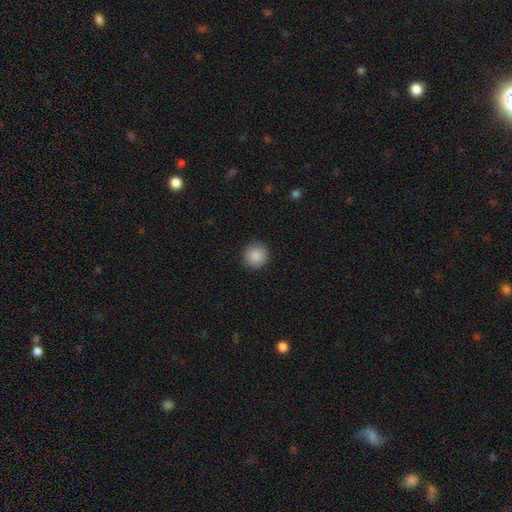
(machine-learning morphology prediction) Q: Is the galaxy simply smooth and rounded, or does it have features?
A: smooth — 89%.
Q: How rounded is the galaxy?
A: round — 93%.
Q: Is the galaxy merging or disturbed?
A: none — 92%.